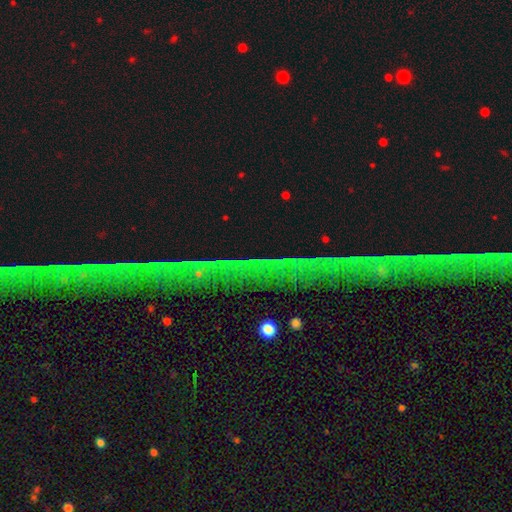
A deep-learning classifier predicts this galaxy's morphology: The model was most divided on "smooth or featured": star or artifact: 76%, featured or disk: 13%, smooth: 11%.